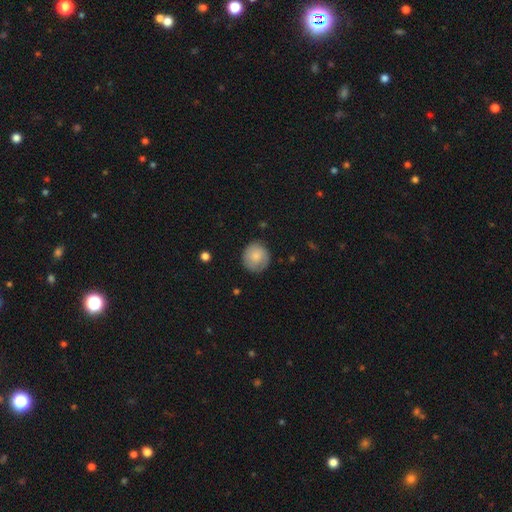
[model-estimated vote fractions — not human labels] Q: Smooth or featured?
A: smooth (75%); runner-up: featured or disk (18%)
Q: How rounded?
A: round (89%); runner-up: in between (10%)
Q: Merging?
A: none (79%); runner-up: minor disturbance (16%)